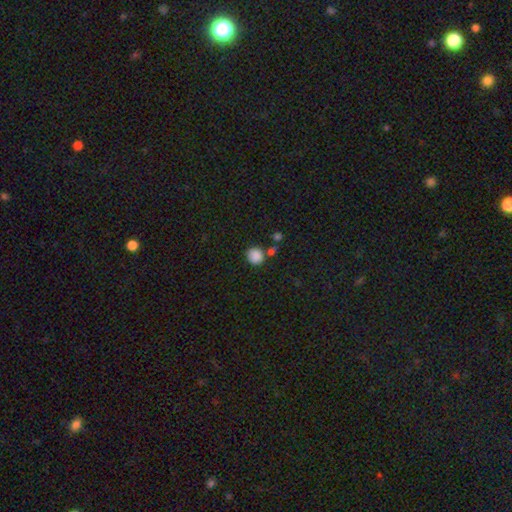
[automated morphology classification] smooth-or-featured: smooth: 86% | star or artifact: 10% | featured or disk: 4%
  how-rounded: round: 86% | in between: 13% | cigar-shaped: 1%
  merging: none: 71% | merger: 13% | minor disturbance: 13% | major disturbance: 4%